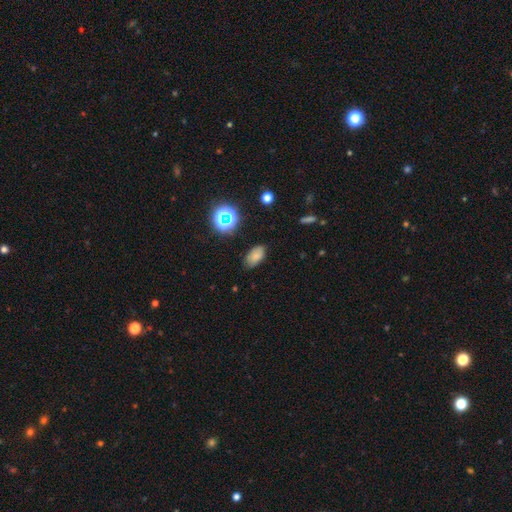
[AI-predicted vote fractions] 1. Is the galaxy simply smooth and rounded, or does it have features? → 76% smooth, 16% star or artifact, 8% featured or disk.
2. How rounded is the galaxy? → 91% in between, 7% round, 2% cigar-shaped.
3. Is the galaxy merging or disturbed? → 81% none, 14% minor disturbance, 3% major disturbance, 1% merger.